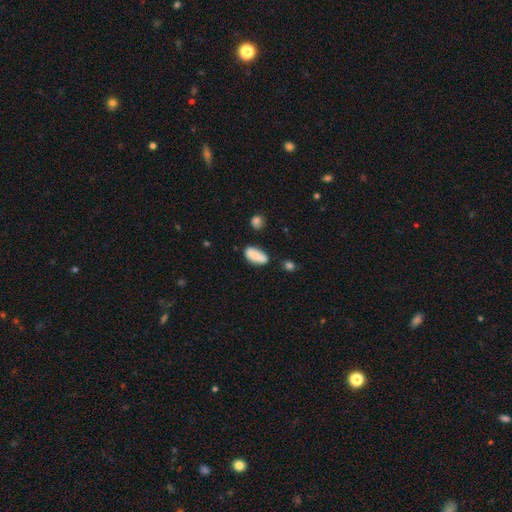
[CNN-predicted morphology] Q: Smooth or featured?
A: smooth (77%); runner-up: featured or disk (16%)
Q: How rounded?
A: in between (88%); runner-up: cigar-shaped (8%)
Q: Merging?
A: none (64%); runner-up: minor disturbance (22%)